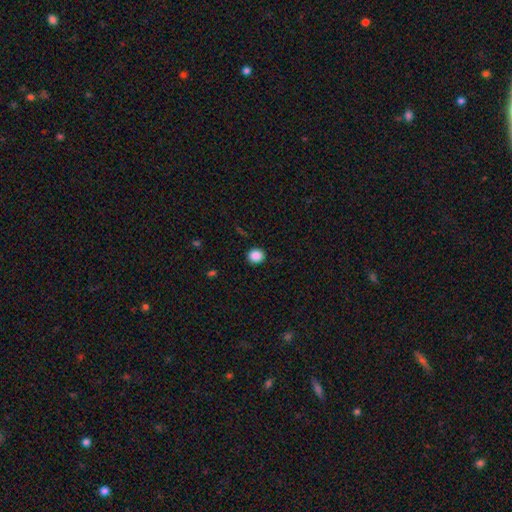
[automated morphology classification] This appears to be a smooth galaxy with no disk features (87%) that is round (83%). Merging: none (90%).